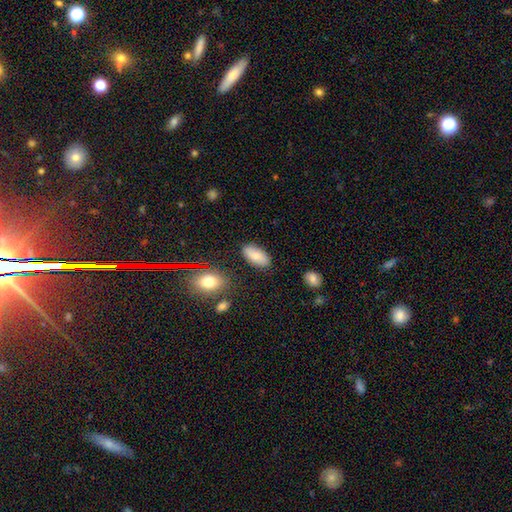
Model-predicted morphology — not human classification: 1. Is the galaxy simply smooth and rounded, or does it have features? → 72% smooth, 19% featured or disk, 9% star or artifact.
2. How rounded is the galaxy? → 92% in between, 4% cigar-shaped, 3% round.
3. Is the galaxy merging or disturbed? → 83% none, 12% minor disturbance, 3% major disturbance, 2% merger.